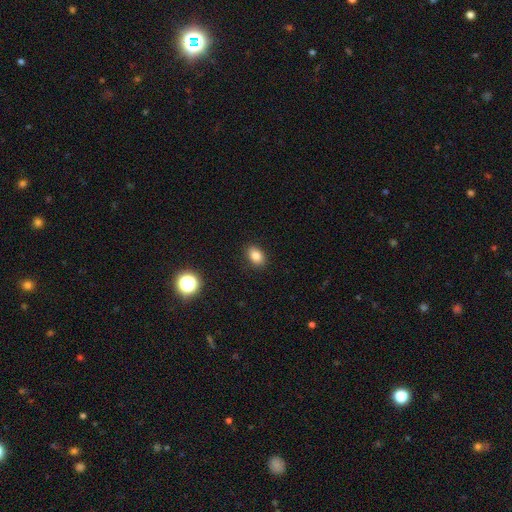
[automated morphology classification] Q: Smooth or featured?
A: smooth (83%); runner-up: star or artifact (11%)
Q: How rounded?
A: in between (78%); runner-up: round (21%)
Q: Merging?
A: none (88%); runner-up: minor disturbance (8%)